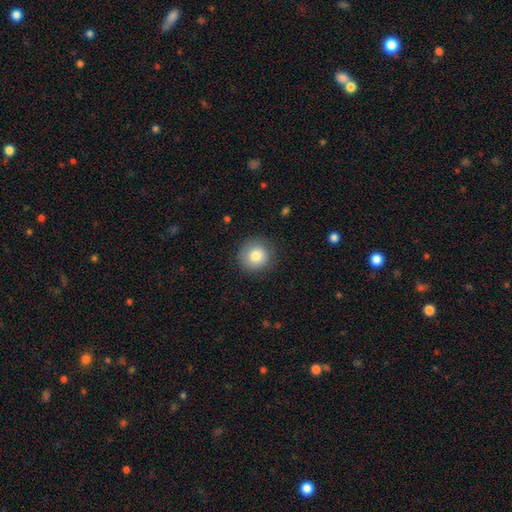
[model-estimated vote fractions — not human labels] smooth 81%, featured or disk 10%, star or artifact 9%. Down the decision tree: how rounded — round (93%); merging — none (87%).